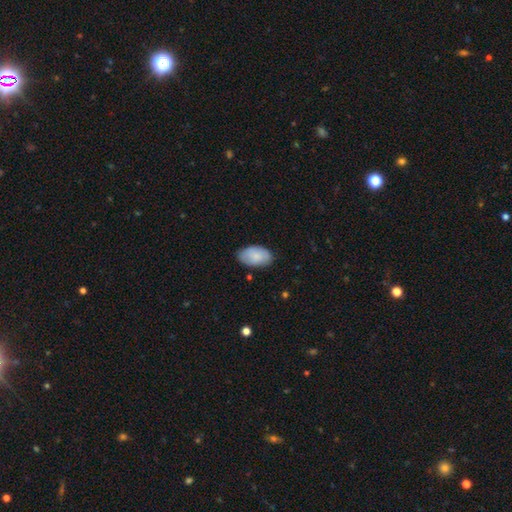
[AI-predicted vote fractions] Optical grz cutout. It shows a smooth galaxy with no disk features (82%) that is in between round and cigar-shaped (94%). Merging: none (81%).